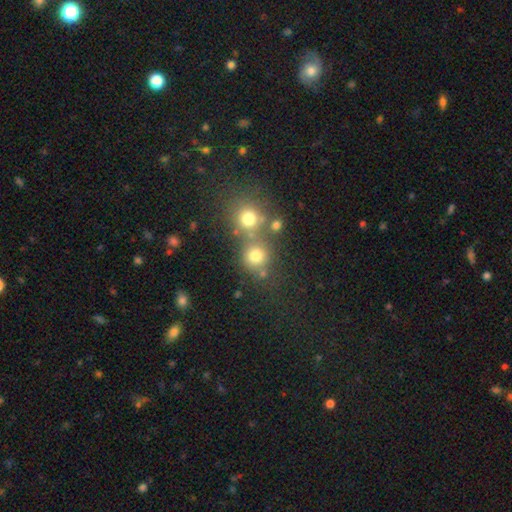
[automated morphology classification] smooth-or-featured: smooth: 75% | star or artifact: 16% | featured or disk: 8%
  how-rounded: round: 87% | in between: 12% | cigar-shaped: 1%
  merging: none: 56% | merger: 31% | minor disturbance: 8% | major disturbance: 5%